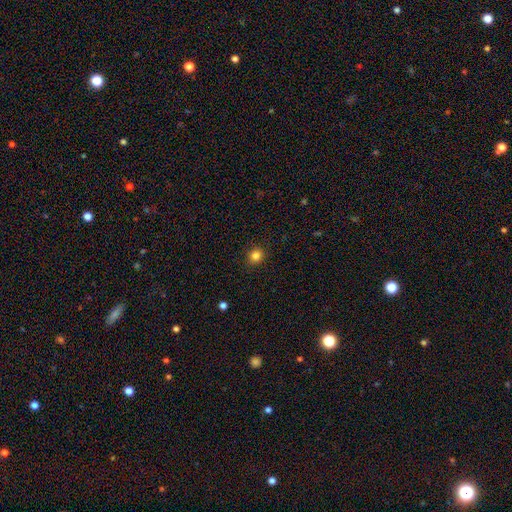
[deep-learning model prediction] The model was most divided on "smooth or featured": smooth: 83%, star or artifact: 12%, featured or disk: 4%. More confident: merging — none (91%); how rounded — round (87%).